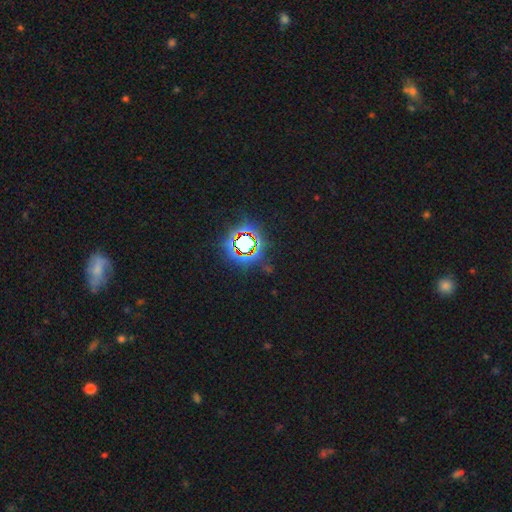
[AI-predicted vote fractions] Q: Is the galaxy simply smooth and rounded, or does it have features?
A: star or artifact — 81%.